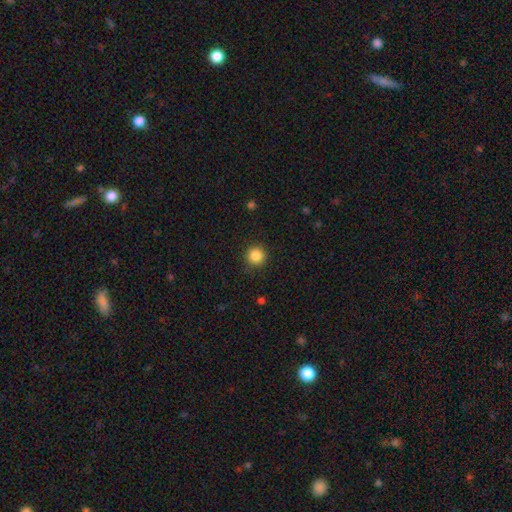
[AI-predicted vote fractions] Smooth or featured?
  - smooth: 86% *
  - star or artifact: 10%
  - featured or disk: 4%
How rounded?
  - round: 95% *
  - in between: 4%
  - cigar-shaped: 1%
Merging?
  - none: 90% *
  - minor disturbance: 6%
  - major disturbance: 2%
  - merger: 1%